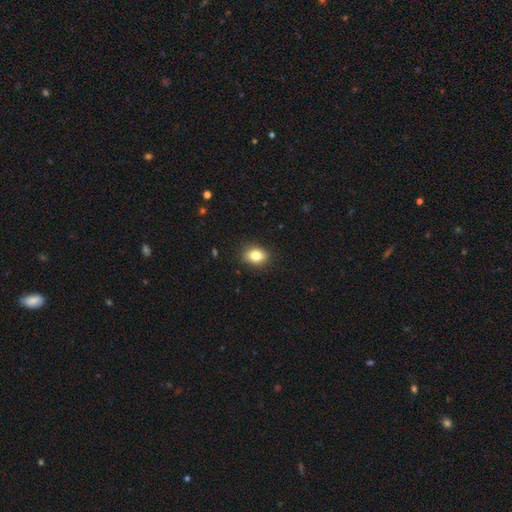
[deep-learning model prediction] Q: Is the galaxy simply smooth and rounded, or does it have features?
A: smooth — 82%.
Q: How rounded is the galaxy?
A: in between — 67%.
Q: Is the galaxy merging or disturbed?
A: none — 86%.